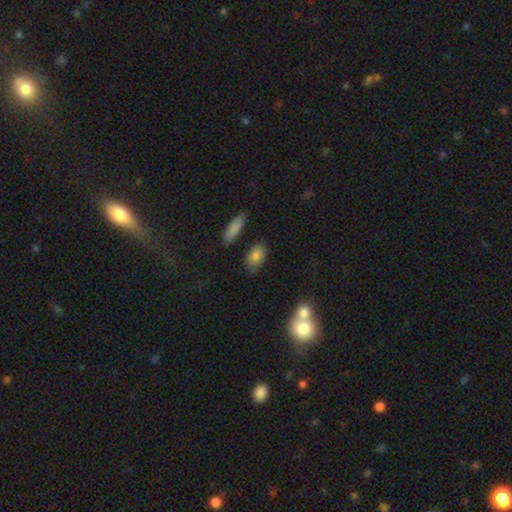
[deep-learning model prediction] Morphology: type=smooth (82%); roundness=in between (87%); merging=none (78%).